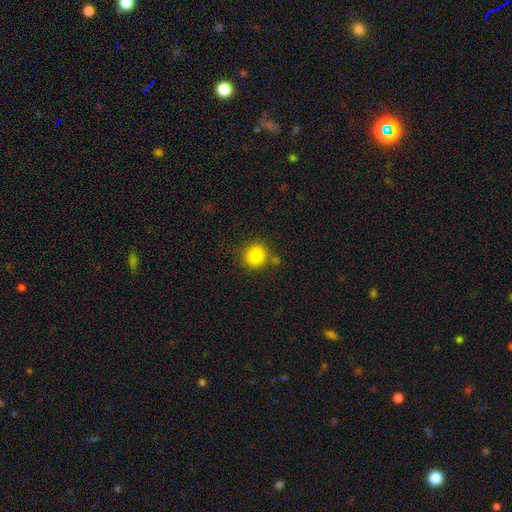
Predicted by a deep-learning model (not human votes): Smooth or featured? Predicted: smooth (p=0.87). How rounded? Predicted: round (p=0.88). Merging? Predicted: none (p=0.79).